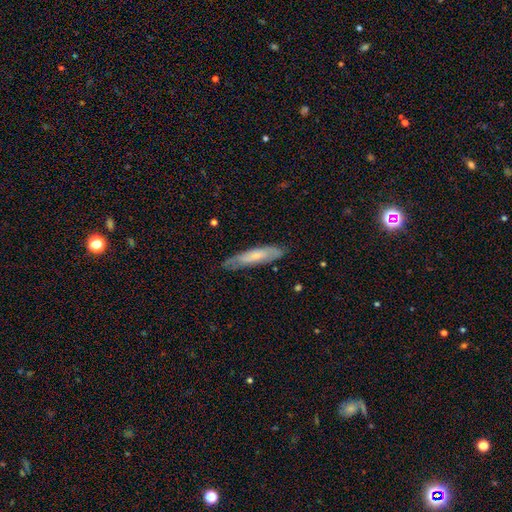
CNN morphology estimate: A featured or disk galaxy (47%, tied with smooth). Merging: none (74%).